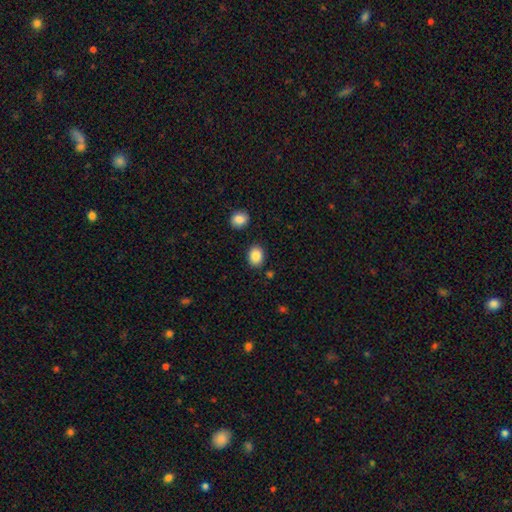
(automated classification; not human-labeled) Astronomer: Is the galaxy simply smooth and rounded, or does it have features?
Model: smooth — 87%.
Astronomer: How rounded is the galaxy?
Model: in between — 59% (runner-up: round, 40%).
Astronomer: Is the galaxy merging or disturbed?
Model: none — 85%.